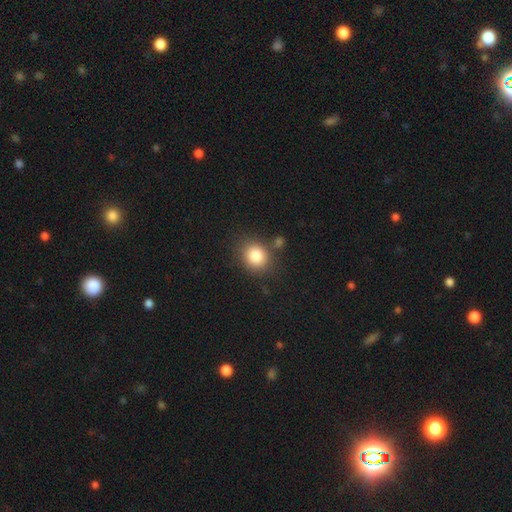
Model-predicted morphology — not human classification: smooth-or-featured: smooth: 84% | star or artifact: 9% | featured or disk: 6%
  how-rounded: round: 70% | in between: 29% | cigar-shaped: 1%
  merging: none: 75% | minor disturbance: 12% | merger: 8% | major disturbance: 4%